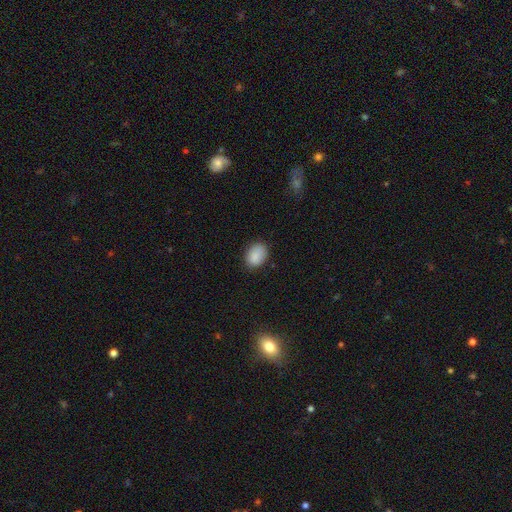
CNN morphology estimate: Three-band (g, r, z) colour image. It shows a smooth galaxy with no disk features (88%) that is in between round and cigar-shaped (74%). Merging: none (81%).